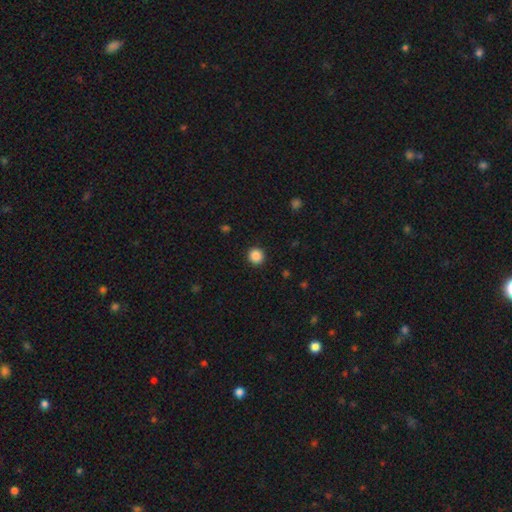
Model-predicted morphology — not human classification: smooth_or_featured: smooth (p=0.87) [alt: star or artifact p=0.10]
how_rounded: round (p=0.93) [alt: in between p=0.06]
merging: none (p=0.93) [alt: minor disturbance p=0.05]